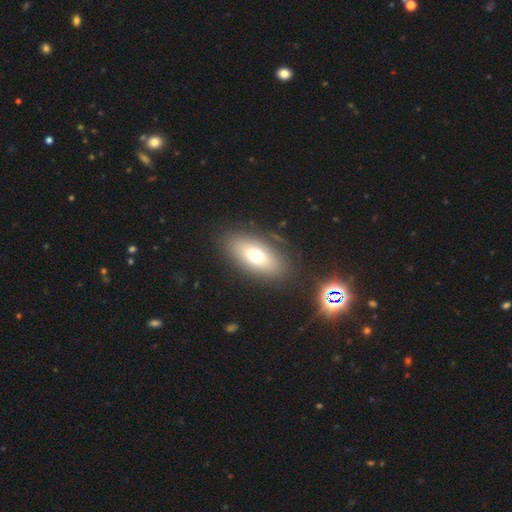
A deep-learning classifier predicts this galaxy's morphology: A smooth galaxy with no disk features (67%) that is in between round and cigar-shaped (84%).

Vote fractions:
- Smooth or featured? smooth: 67% / featured or disk: 23% / star or artifact: 10%
- How rounded? in between: 84% / cigar-shaped: 9% / round: 7%
- Merging? none: 84% / minor disturbance: 10% / major disturbance: 4% / merger: 2%